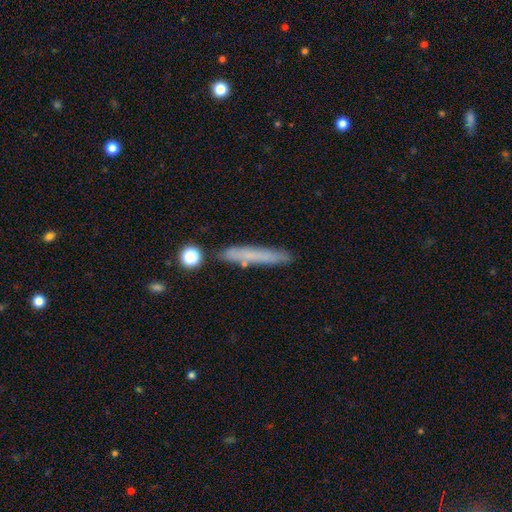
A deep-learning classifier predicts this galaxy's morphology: This appears to be a smooth galaxy with no disk features (62%) that is cigar-shaped (93%). Merging: none (80%).